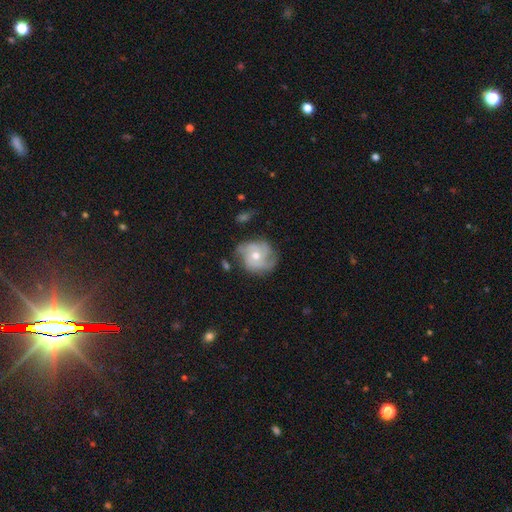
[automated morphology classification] A featured or disk galaxy (80%) with no bar (77%), 3 (40%) tight (53%) spiral arms (93%) and a moderate central bulge (66%).

Vote fractions:
- Smooth or featured? featured or disk: 80% / smooth: 14% / star or artifact: 6%
- Edge-on disk? no: 98% / yes: 2%
- Bar? no: 77% / weak: 20% / strong: 4%
- Spiral arms? yes: 93% / no: 7%
- Spiral winding? tight: 53% / medium: 37% / loose: 11%
- Spiral arm count? 3: 40% / 2: 24% / can't tell: 19% / 4: 8% / 1: 5% / more than 4: 4%
- Bulge size? moderate: 66% / small: 30% / large: 2% / none: 1% / dominant: 1%
- Merging? none: 67% / minor disturbance: 22% / major disturbance: 8% / merger: 2%